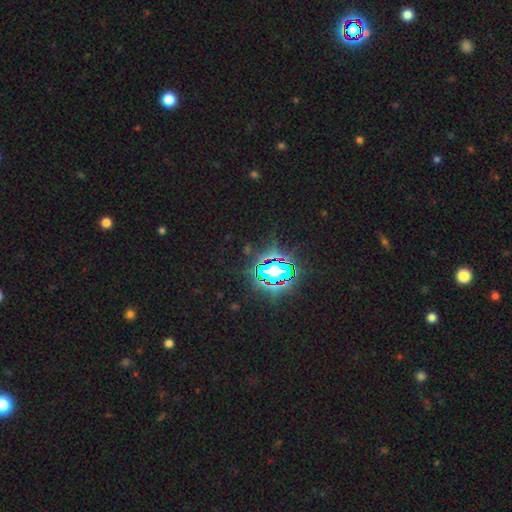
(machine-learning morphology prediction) The model was most divided on "smooth or featured": star or artifact: 84%, smooth: 10%, featured or disk: 6%.